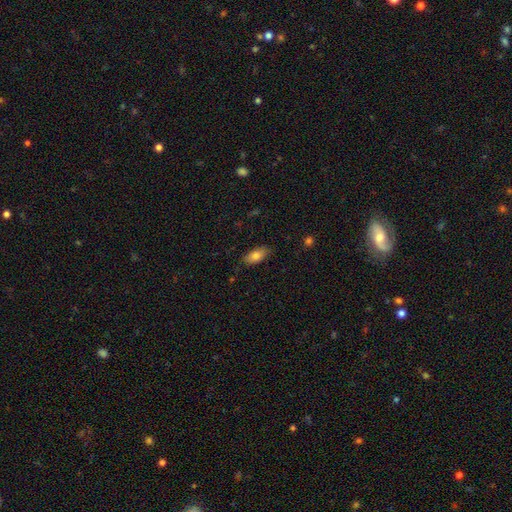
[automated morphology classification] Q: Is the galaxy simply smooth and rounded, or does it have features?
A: smooth — 79%.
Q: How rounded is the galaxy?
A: in between — 87%.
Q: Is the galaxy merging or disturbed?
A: none — 81%.